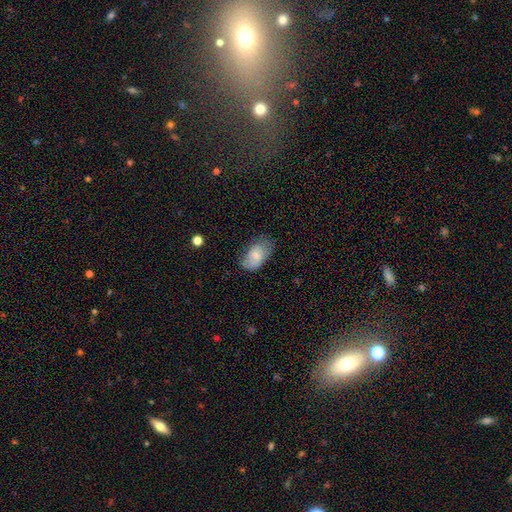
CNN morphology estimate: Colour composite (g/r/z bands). It shows a smooth galaxy with no disk features (76%) that is in between round and cigar-shaped (93%). Merging: none (55%).